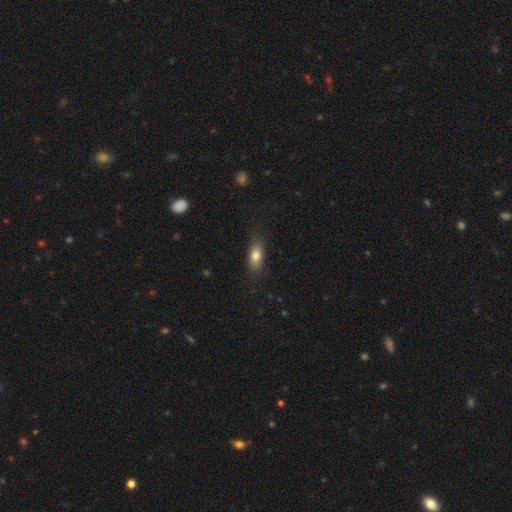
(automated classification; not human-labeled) This is likely a smooth galaxy (78%). How rounded: likely in between (78%). Merging: likely none (80%).